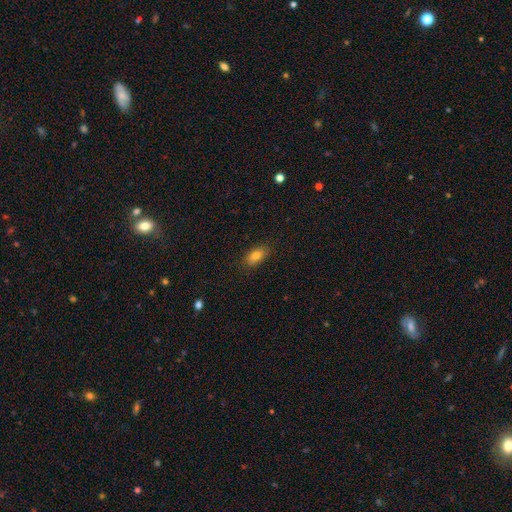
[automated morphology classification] This appears to be a smooth galaxy with no disk features (82%) that is in between round and cigar-shaped (87%). Merging: none (83%).